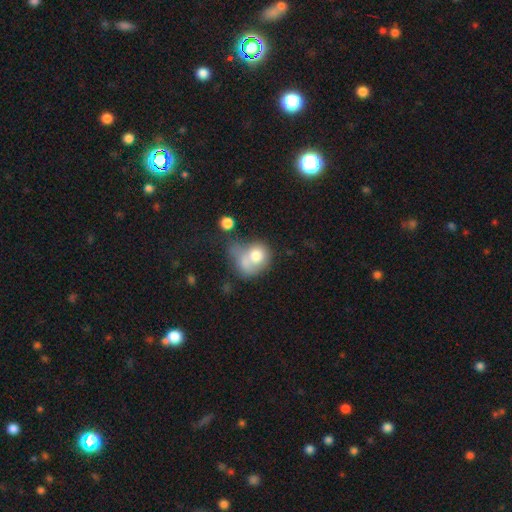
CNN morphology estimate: type=smooth (70%); roundness=round (60%); merging=merger (47%).